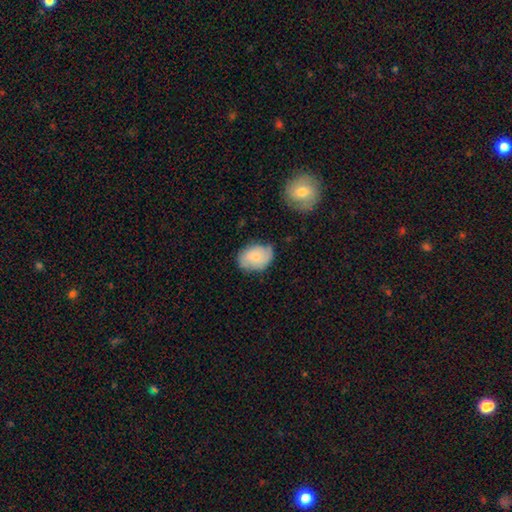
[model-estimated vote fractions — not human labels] smooth 66%, featured or disk 26%, star or artifact 7%. Down the decision tree: how rounded — in between (73%); merging — none (65%).